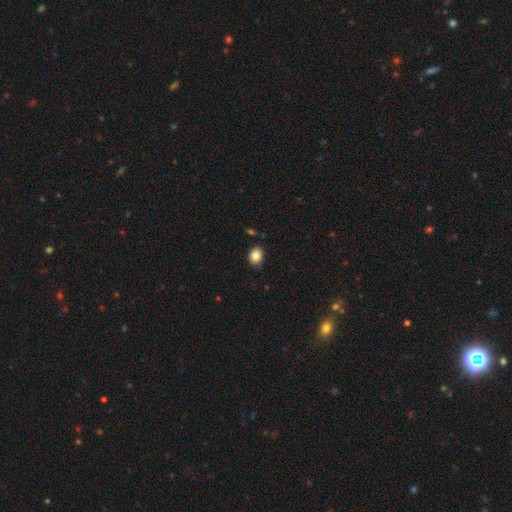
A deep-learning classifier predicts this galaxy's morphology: Smooth or featured: smooth — 85% (star or artifact — 9%)
How rounded: in between — 52% (round — 47%)
Merging: none — 85% (minor disturbance — 11%)